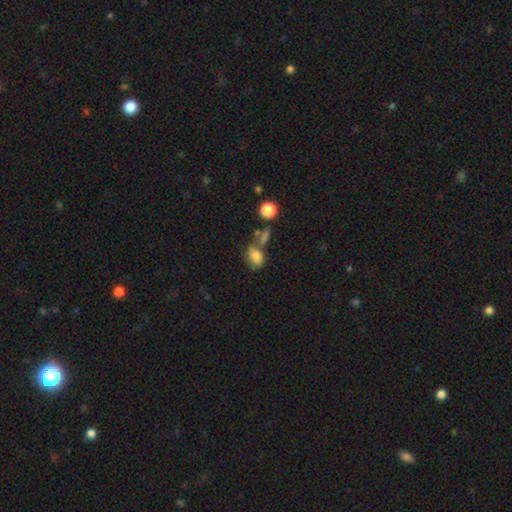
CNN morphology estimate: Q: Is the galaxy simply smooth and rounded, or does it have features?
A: smooth — 79%.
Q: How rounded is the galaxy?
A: in between — 81%.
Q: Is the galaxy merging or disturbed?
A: none — 43%.